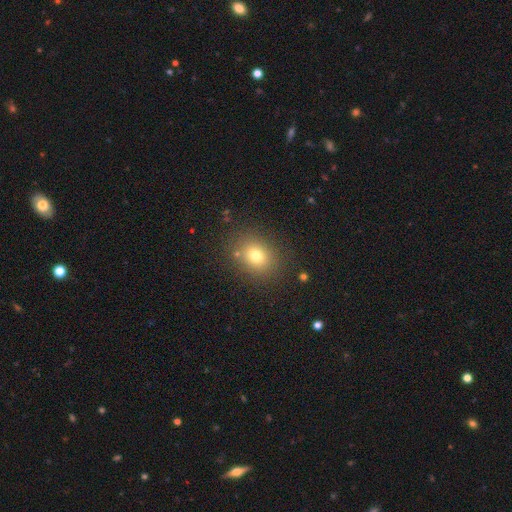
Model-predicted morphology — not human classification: This is likely a smooth galaxy (74%). How rounded: possibly round (56%). Merging: clearly none (83%).